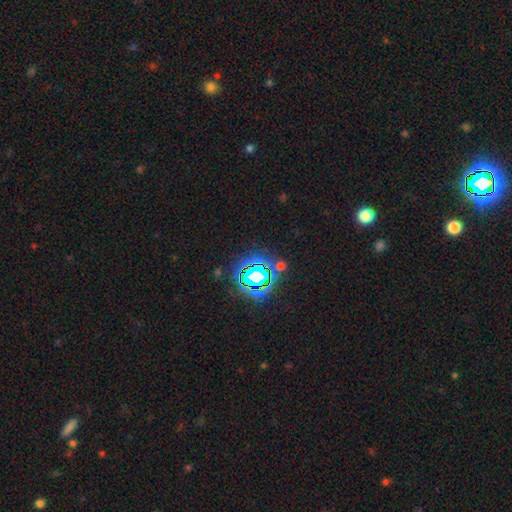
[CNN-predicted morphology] type=star or artifact (80%).